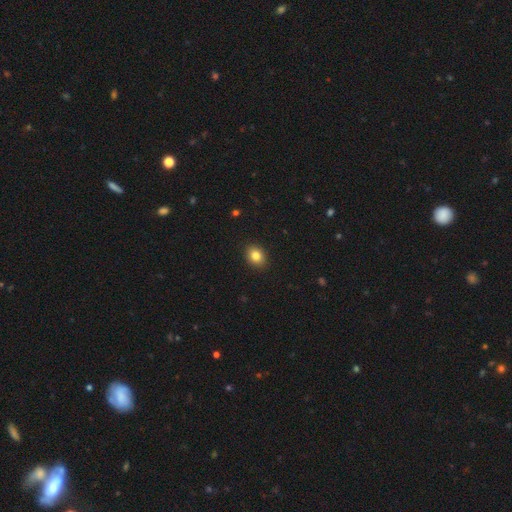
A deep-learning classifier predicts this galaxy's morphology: Smooth or featured?
  - smooth: 84% *
  - star or artifact: 10%
  - featured or disk: 7%
How rounded?
  - in between: 53% *
  - round: 46%
  - cigar-shaped: 1%
Merging?
  - none: 90% *
  - minor disturbance: 7%
  - major disturbance: 2%
  - merger: 1%